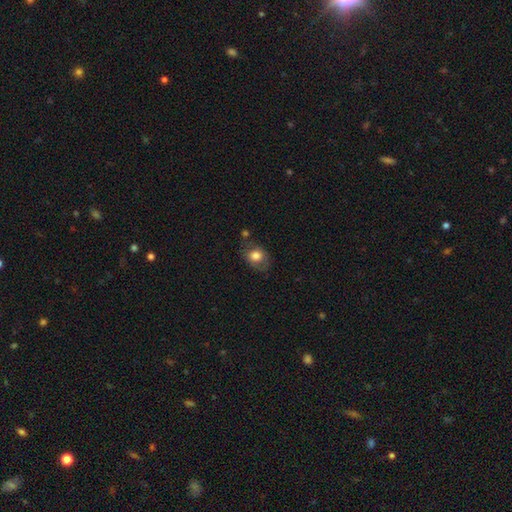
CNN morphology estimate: Overall: smooth (73%). How rounded: in between (58%; round 41%). Merging: none (60%; minor disturbance 24%).